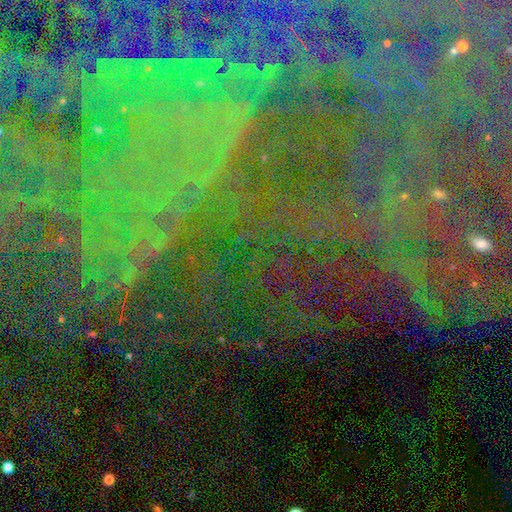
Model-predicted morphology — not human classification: A star or artifact, not a galaxy (76%).

Vote fractions:
- Smooth or featured? star or artifact: 76% / featured or disk: 15% / smooth: 9%